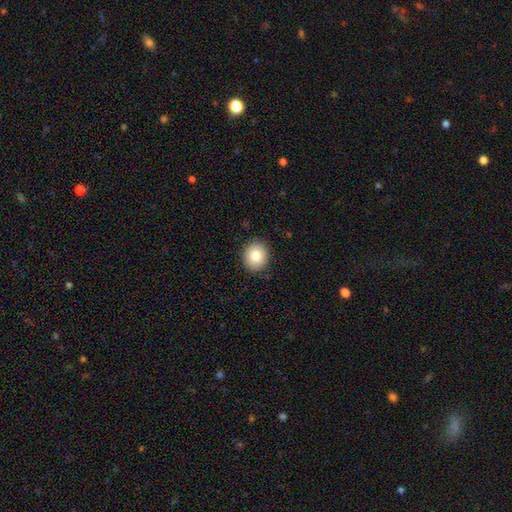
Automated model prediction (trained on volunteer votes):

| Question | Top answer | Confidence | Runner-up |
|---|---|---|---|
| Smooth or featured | smooth | 81% | featured or disk (10%) |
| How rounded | round | 80% | in between (19%) |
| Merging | none | 90% | minor disturbance (7%) |